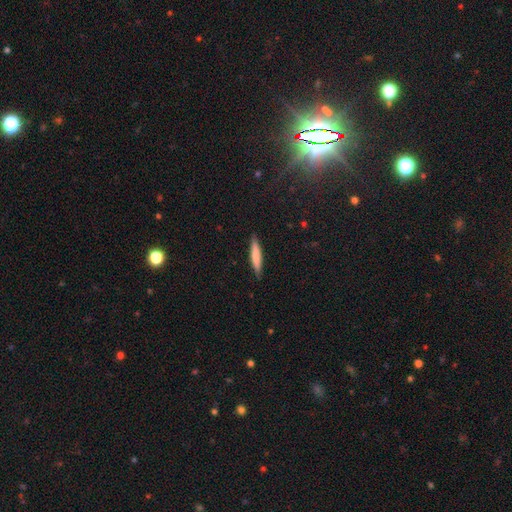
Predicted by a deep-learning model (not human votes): A smooth galaxy with no disk features (74%) that is cigar-shaped (89%).

Vote fractions:
- Smooth or featured? smooth: 74% / featured or disk: 20% / star or artifact: 6%
- How rounded? cigar-shaped: 89% / in between: 10% / round: 1%
- Merging? none: 88% / minor disturbance: 9% / major disturbance: 2% / merger: 1%